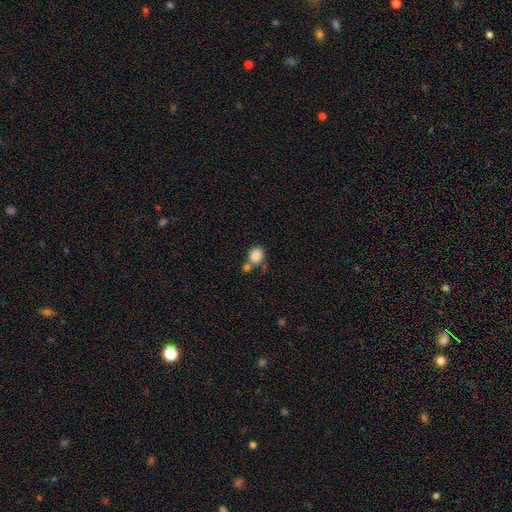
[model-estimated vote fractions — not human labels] This is clearly a smooth galaxy (85%). How rounded: likely round (62%). Merging: possibly none (52%).